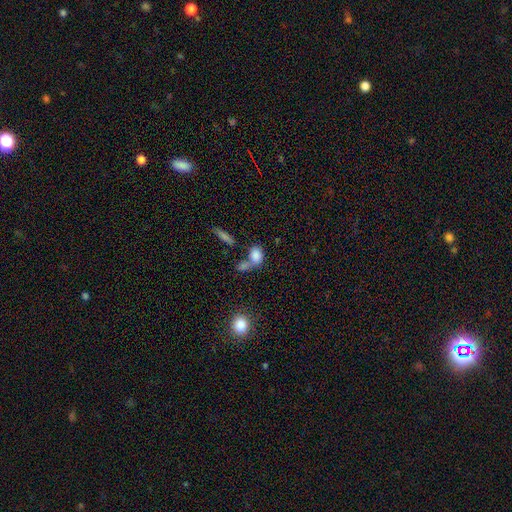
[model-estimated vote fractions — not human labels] The model was most divided on "merging": merger: 42%, none: 38%, minor disturbance: 13%, major disturbance: 8%. More confident: smooth or featured — smooth (81%); how rounded — in between (68%).